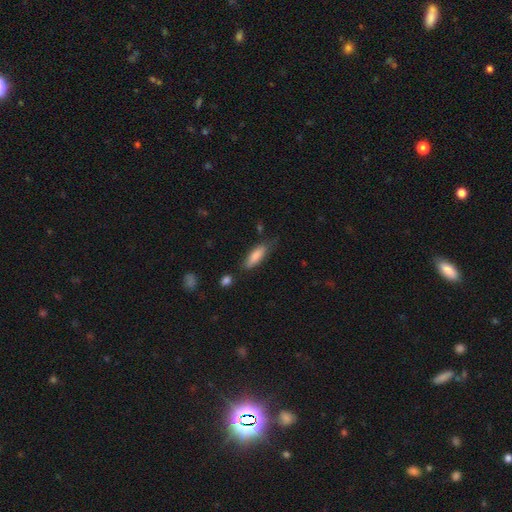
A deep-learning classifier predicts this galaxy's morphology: This appears to be a smooth galaxy with no disk features (83%) that is in between round and cigar-shaped (55%). Merging: none (66%).